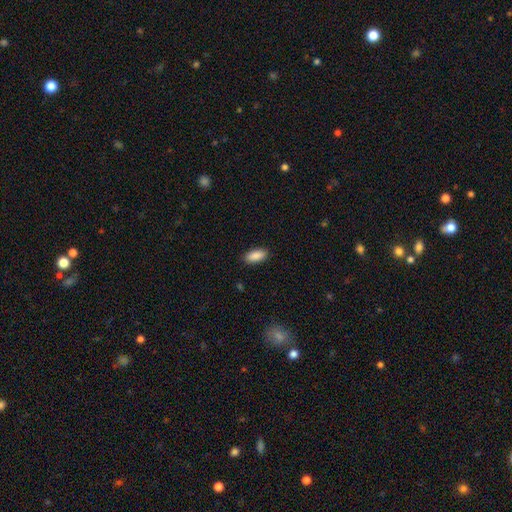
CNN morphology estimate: Smooth or featured?
  - smooth: 90% *
  - star or artifact: 7%
  - featured or disk: 4%
How rounded?
  - in between: 91% *
  - cigar-shaped: 7%
  - round: 2%
Merging?
  - none: 89% *
  - minor disturbance: 8%
  - major disturbance: 2%
  - merger: 1%